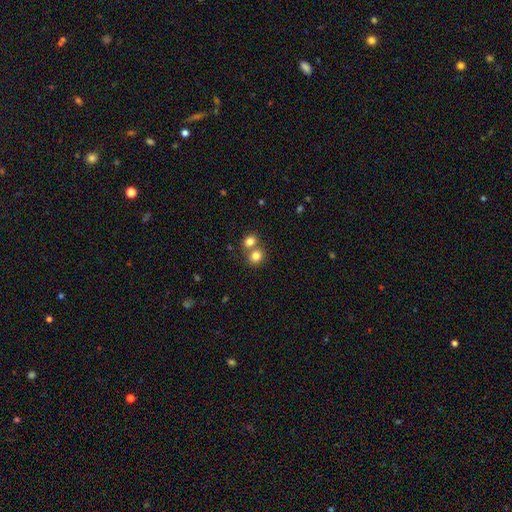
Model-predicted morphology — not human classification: This is clearly a smooth galaxy (81%). How rounded: likely round (75%). Merging: possibly none (47%).